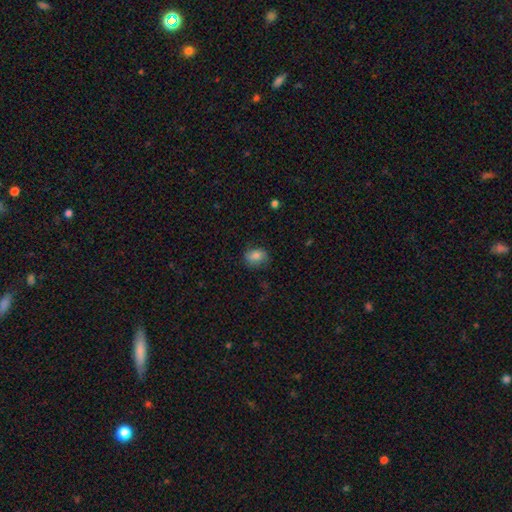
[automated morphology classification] Smooth or featured? Predicted: smooth (p=0.82). How rounded? Predicted: in between (p=0.65). Merging? Predicted: none (p=0.77).